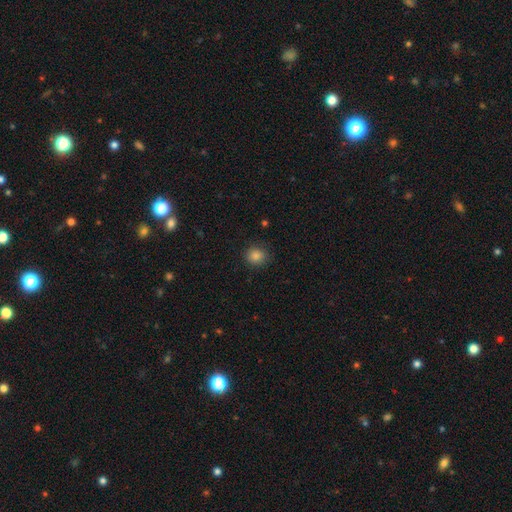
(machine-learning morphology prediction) Overall: smooth (84%). How rounded: round (83%). Merging: none (87%).